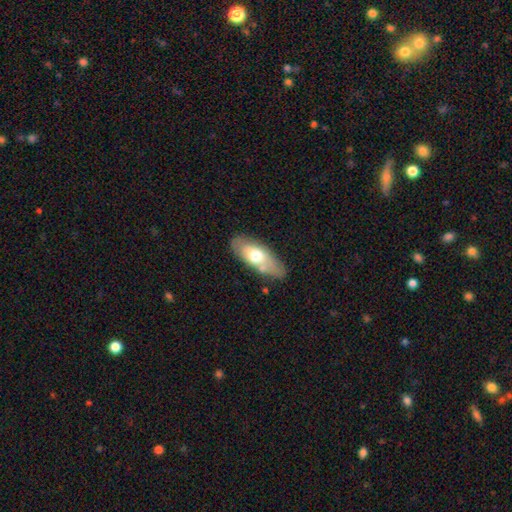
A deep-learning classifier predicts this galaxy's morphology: Smooth or featured?
  - smooth: 56% *
  - featured or disk: 39%
  - star or artifact: 6%
How rounded?
  - in between: 80% *
  - cigar-shaped: 17%
  - round: 3%
Merging?
  - none: 72% *
  - minor disturbance: 17%
  - merger: 6%
  - major disturbance: 4%